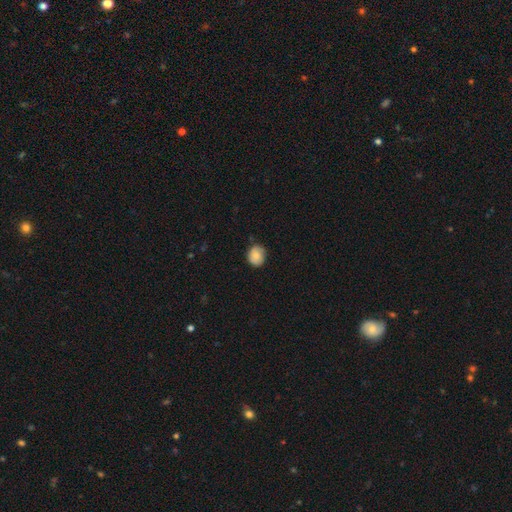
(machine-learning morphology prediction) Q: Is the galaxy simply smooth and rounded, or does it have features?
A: smooth — 80%.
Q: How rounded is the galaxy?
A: round — 69%.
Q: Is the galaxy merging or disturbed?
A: none — 76%.